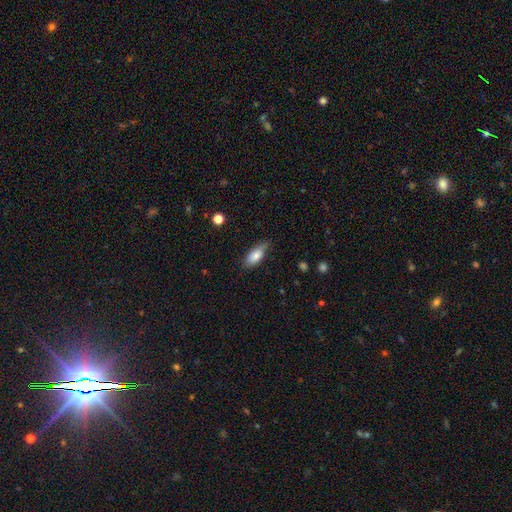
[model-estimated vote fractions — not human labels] Smooth or featured? Predicted: smooth (p=0.78). How rounded? Predicted: in between (p=0.82). Merging? Predicted: none (p=0.68).